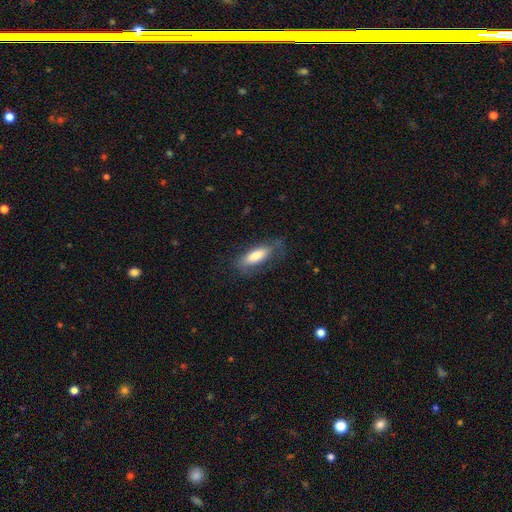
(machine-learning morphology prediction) Smooth or featured? Predicted: smooth (p=0.74). How rounded? Predicted: in between (p=0.64). Merging? Predicted: none (p=0.65).